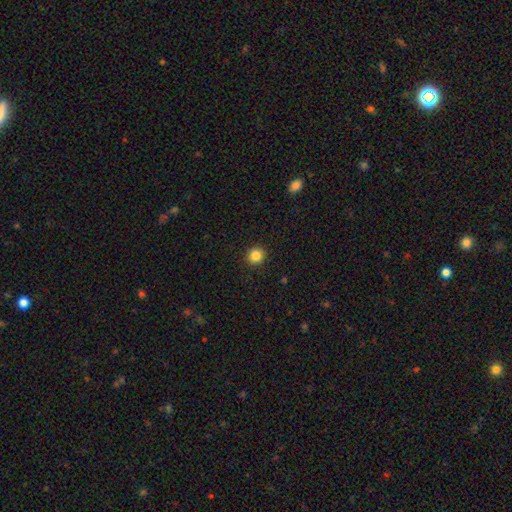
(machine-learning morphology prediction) smooth_or_featured: smooth (p=0.85) [alt: star or artifact p=0.11]
how_rounded: round (p=0.91) [alt: in between p=0.08]
merging: none (p=0.92) [alt: minor disturbance p=0.05]